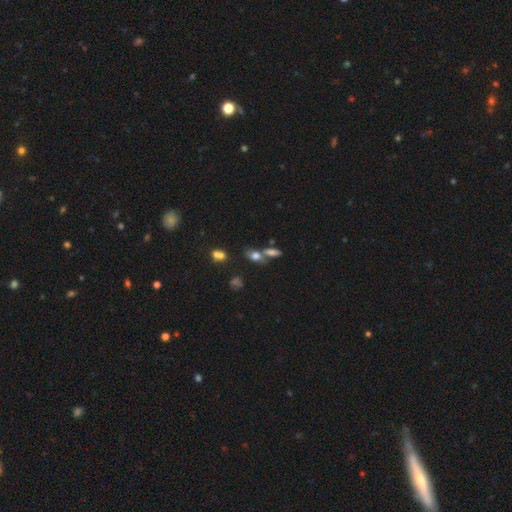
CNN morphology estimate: Overall: smooth (67%). How rounded: in between (68%). Merging: none (46%; merger 37%).